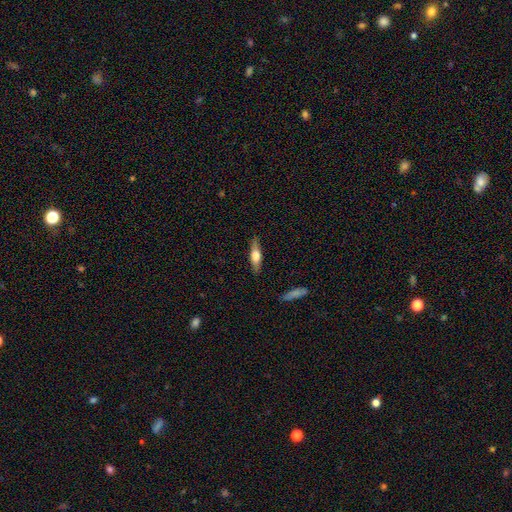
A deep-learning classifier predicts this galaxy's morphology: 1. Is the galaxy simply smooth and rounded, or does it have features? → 48% featured or disk, 46% smooth, 6% star or artifact.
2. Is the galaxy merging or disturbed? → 86% none, 10% minor disturbance, 2% major disturbance, 1% merger.